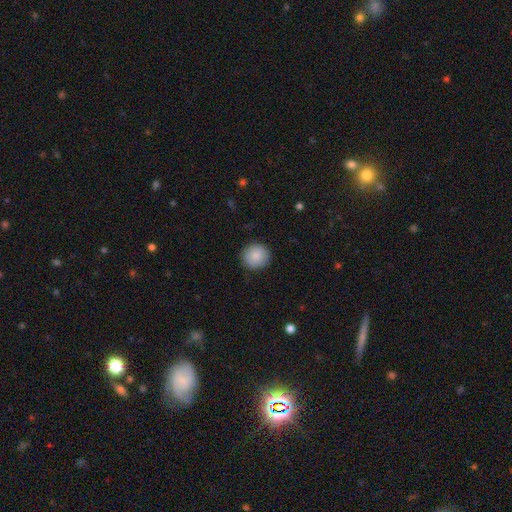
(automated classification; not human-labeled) Smooth or featured: smooth — 87% (star or artifact — 7%)
How rounded: round — 93% (in between — 6%)
Merging: none — 90% (minor disturbance — 7%)